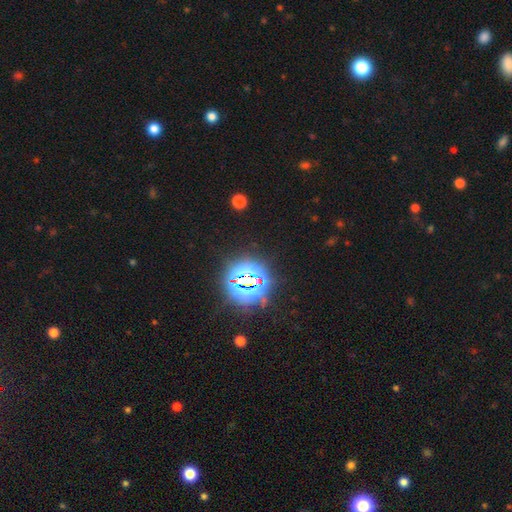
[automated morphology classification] smooth-or-featured: star or artifact: 86% | smooth: 9% | featured or disk: 6%